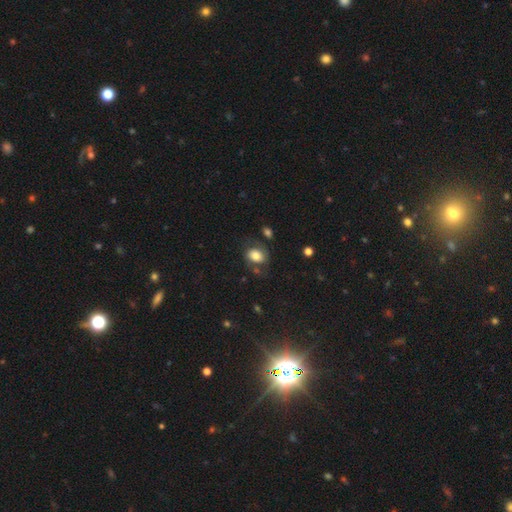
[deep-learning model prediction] The model was most divided on "how rounded": in between: 62%, round: 37%, cigar-shaped: 1%. More confident: smooth or featured — smooth (71%); merging — none (61%).